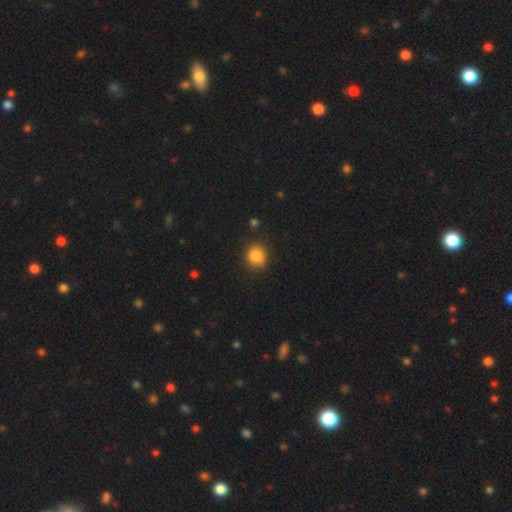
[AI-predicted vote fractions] Q: Smooth or featured?
A: smooth (84%); runner-up: star or artifact (11%)
Q: How rounded?
A: round (79%); runner-up: in between (20%)
Q: Merging?
A: none (80%); runner-up: minor disturbance (14%)